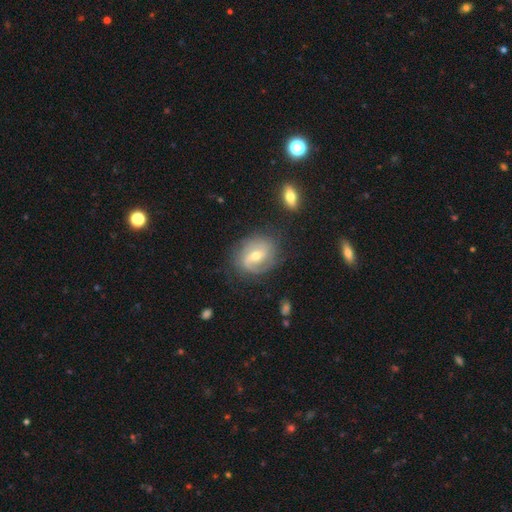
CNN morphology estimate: Smooth or featured?
  - featured or disk: 78% *
  - smooth: 15%
  - star or artifact: 7%
Edge-on disk?
  - no: 97% *
  - yes: 3%
Bar?
  - weak: 48% *
  - no: 34%
  - strong: 18%
Spiral arms?
  - yes: 92% *
  - no: 8%
Spiral winding?
  - medium: 42% *
  - tight: 34%
  - loose: 24%
Spiral arm count?
  - 2: 64% *
  - 1: 15%
  - can't tell: 12%
  - 3: 6%
  - 4: 2%
  - more than 4: 2%
Bulge size?
  - moderate: 57% *
  - small: 39%
  - large: 2%
  - none: 1%
  - dominant: 1%
Merging?
  - none: 73% *
  - minor disturbance: 17%
  - major disturbance: 7%
  - merger: 2%